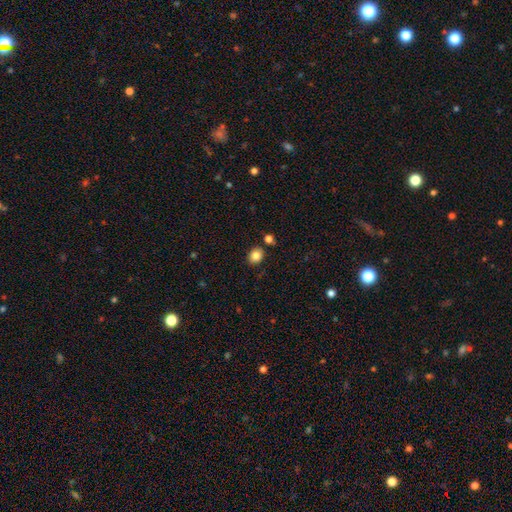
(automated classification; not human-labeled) Overall: smooth (83%). How rounded: round (58%; in between 41%). Merging: none (84%).